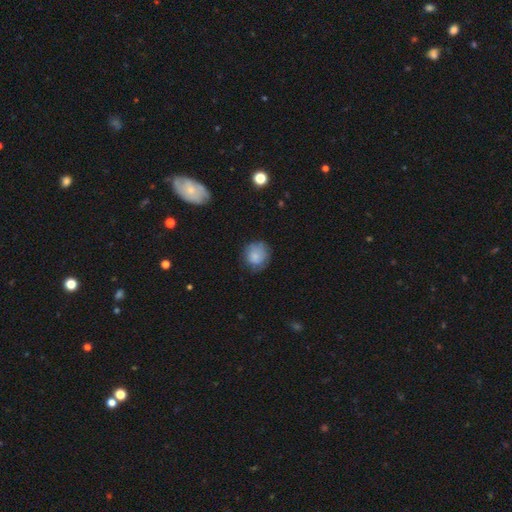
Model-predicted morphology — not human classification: type=smooth (79%); roundness=round (83%); merging=none (70%).